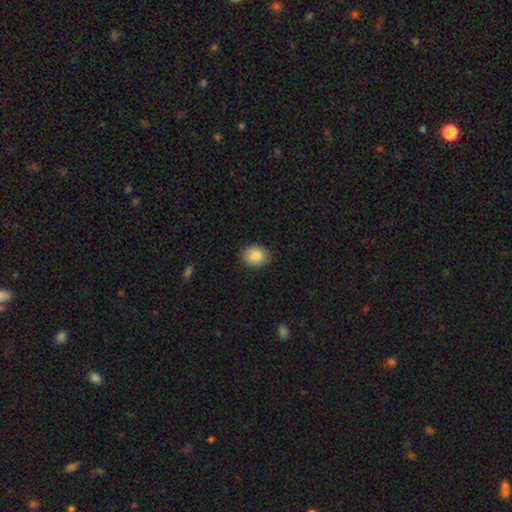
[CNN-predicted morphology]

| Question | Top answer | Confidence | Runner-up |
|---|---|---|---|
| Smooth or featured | smooth | 88% | star or artifact (8%) |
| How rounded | round | 51% | in between (48%) |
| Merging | none | 88% | minor disturbance (9%) |